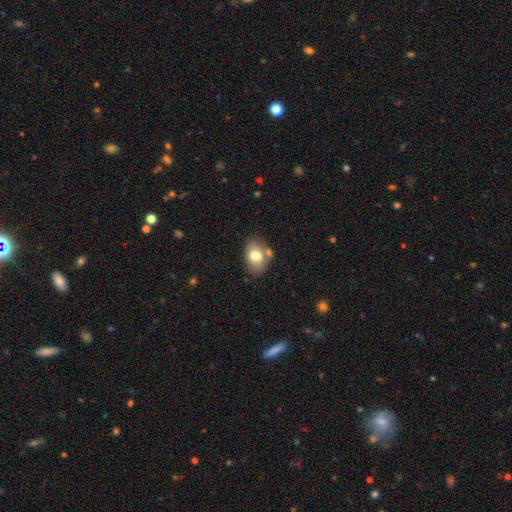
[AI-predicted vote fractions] Overall: smooth (74%). How rounded: in between (84%). Merging: none (65%).